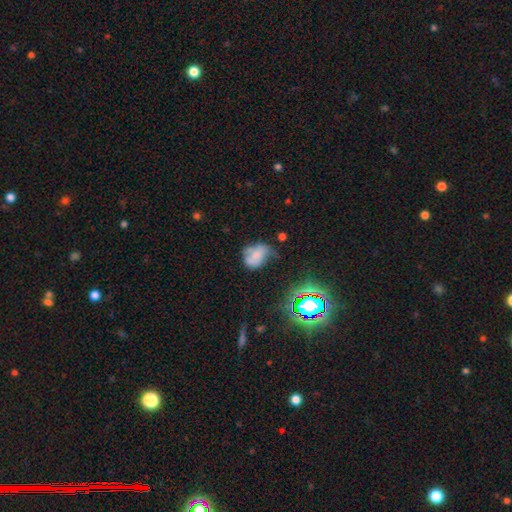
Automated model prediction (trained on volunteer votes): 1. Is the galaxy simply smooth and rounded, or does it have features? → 61% smooth, 25% featured or disk, 14% star or artifact.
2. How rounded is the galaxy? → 65% in between, 33% round, 1% cigar-shaped.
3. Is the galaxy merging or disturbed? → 37% minor disturbance, 31% none, 21% major disturbance, 12% merger.